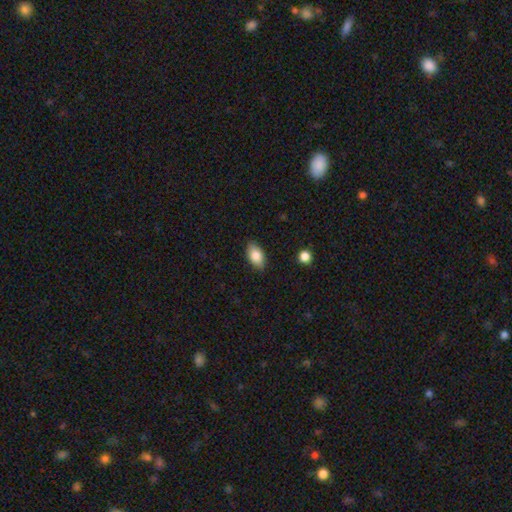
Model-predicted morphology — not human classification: smooth_or_featured: smooth (p=0.83) [alt: featured or disk p=0.10]
how_rounded: in between (p=0.91) [alt: round p=0.06]
merging: none (p=0.85) [alt: minor disturbance p=0.11]